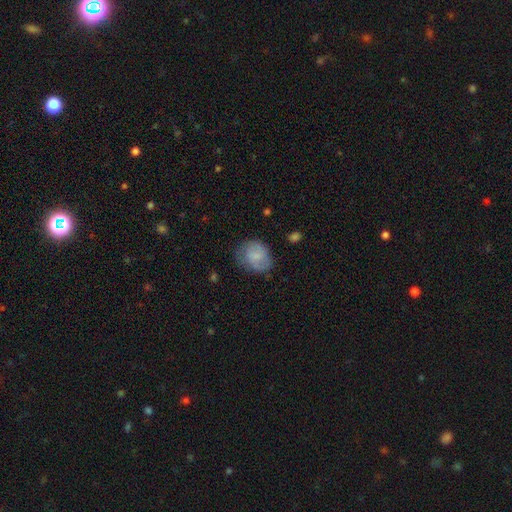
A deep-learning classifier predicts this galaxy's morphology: smooth-or-featured: smooth: 63% | featured or disk: 29% | star or artifact: 7%
  how-rounded: round: 57% | in between: 42% | cigar-shaped: 1%
  merging: none: 64% | minor disturbance: 25% | major disturbance: 10% | merger: 2%